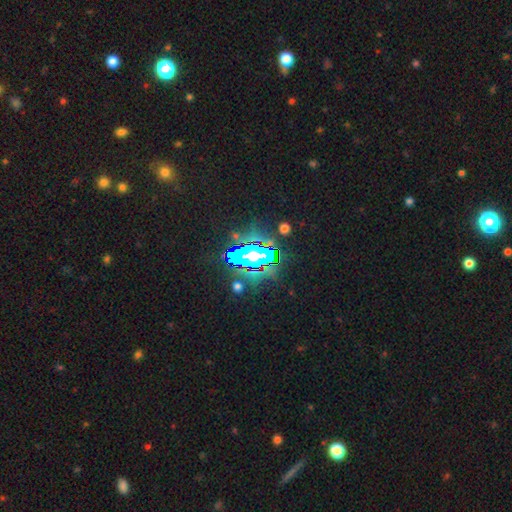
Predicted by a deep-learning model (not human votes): Smooth or featured? star or artifact (64%)